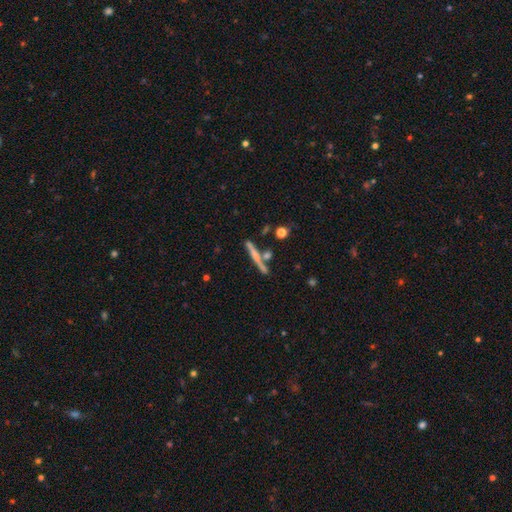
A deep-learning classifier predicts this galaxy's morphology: Smooth or featured?
  - featured or disk: 50% *
  - smooth: 42%
  - star or artifact: 8%
Merging?
  - none: 73% *
  - merger: 13%
  - minor disturbance: 11%
  - major disturbance: 4%